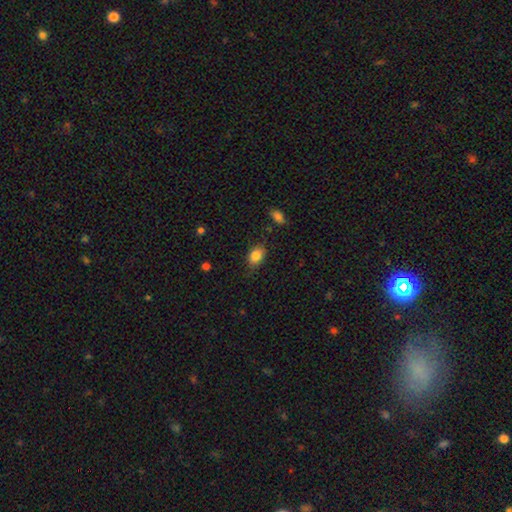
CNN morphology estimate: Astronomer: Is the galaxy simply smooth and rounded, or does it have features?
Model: smooth — 84%.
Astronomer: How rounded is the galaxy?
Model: in between — 76%.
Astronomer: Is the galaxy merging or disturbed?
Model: none — 77%.